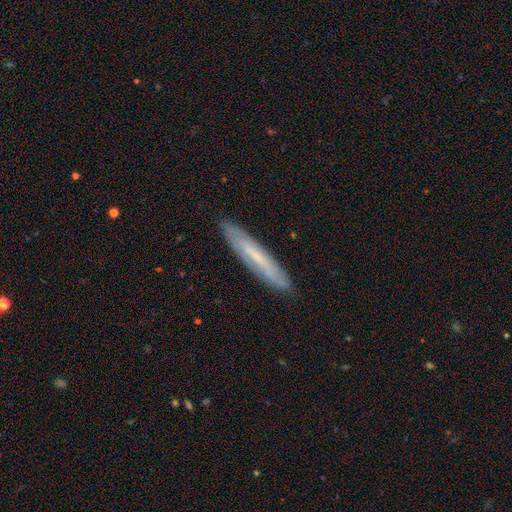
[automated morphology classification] This is possibly a featured or disk galaxy (49%). Merging: clearly none (87%).